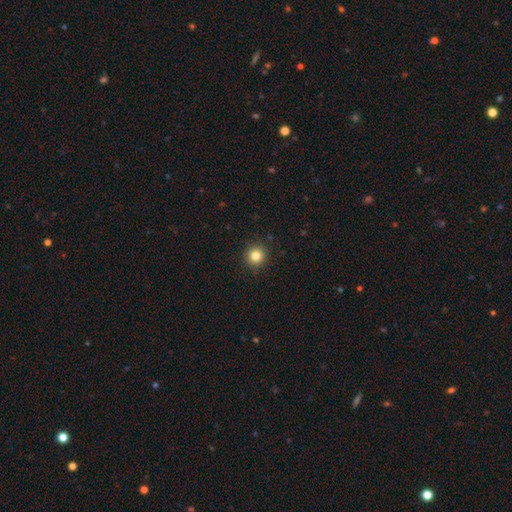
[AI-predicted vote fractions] The model was most divided on "smooth or featured": smooth: 82%, star or artifact: 12%, featured or disk: 6%. More confident: how rounded — round (95%); merging — none (92%).